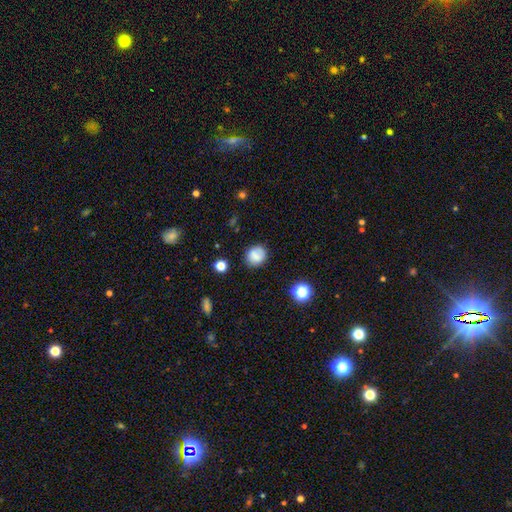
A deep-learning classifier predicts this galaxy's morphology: The model was most divided on "how rounded": round: 76%, in between: 23%, cigar-shaped: 1%. More confident: merging — none (79%); smooth or featured — smooth (79%).